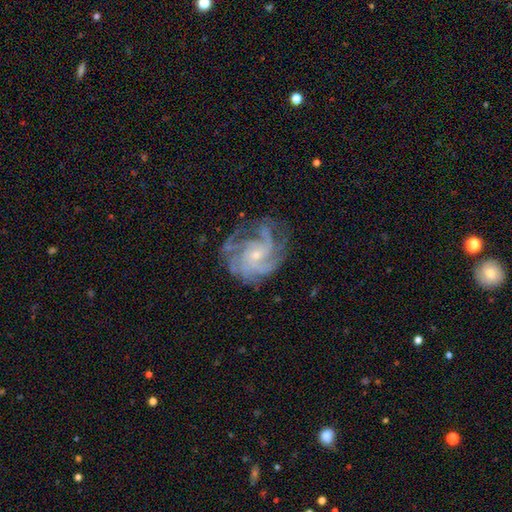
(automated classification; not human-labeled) featured or disk 87%, star or artifact 7%, smooth 6%. Down the decision tree: edge-on disk — no (98%); bar — no (70%); spiral arms — yes (96%); spiral arm count — 4 (28%); spiral winding — tight (49%); bulge size — small (76%); merging — none (64%).